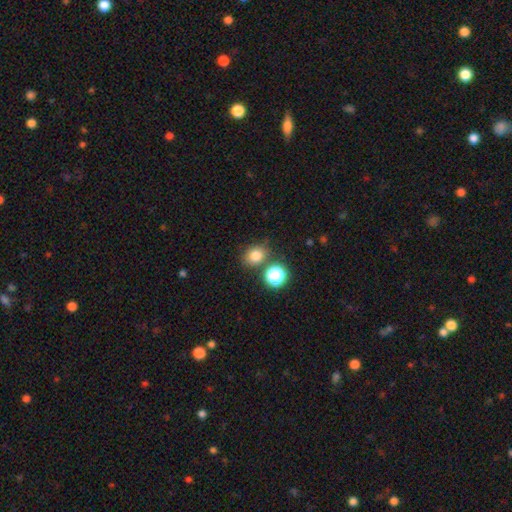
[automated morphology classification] Smooth or featured?
  - smooth: 78% *
  - star or artifact: 15%
  - featured or disk: 7%
How rounded?
  - round: 59% *
  - in between: 40%
  - cigar-shaped: 1%
Merging?
  - none: 74% *
  - minor disturbance: 11%
  - merger: 11%
  - major disturbance: 4%